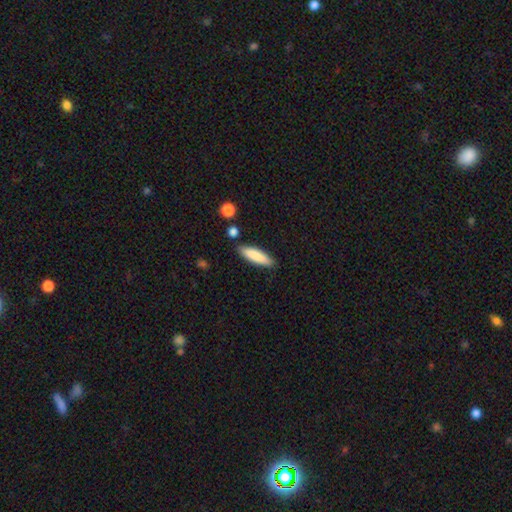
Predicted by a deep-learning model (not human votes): smooth 84%, featured or disk 10%, star or artifact 6%. Down the decision tree: how rounded — cigar-shaped (69%); merging — none (84%).